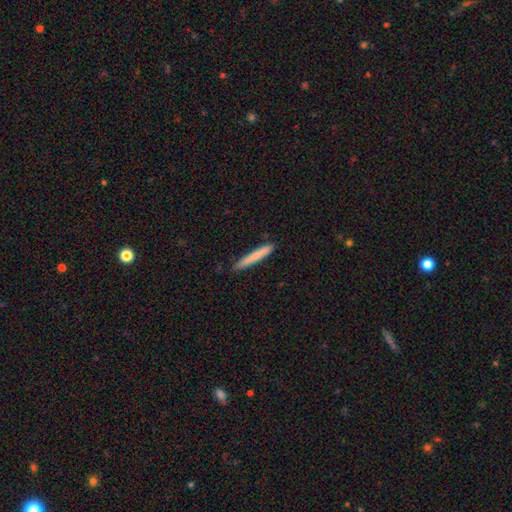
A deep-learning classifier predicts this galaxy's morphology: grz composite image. It shows a smooth galaxy with no disk features (76%) that is cigar-shaped (96%). Merging: none (87%).